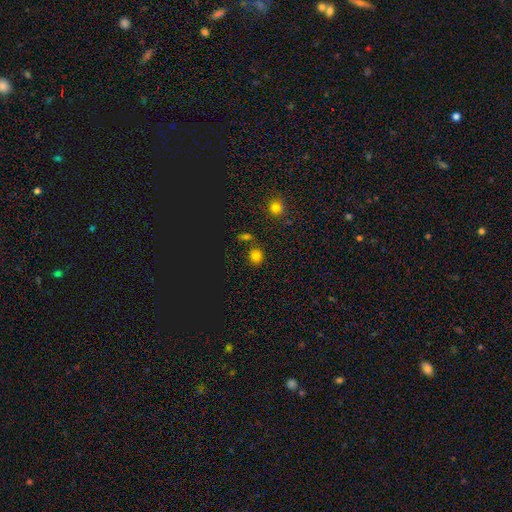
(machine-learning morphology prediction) Smooth or featured?
  - smooth: 72% *
  - star or artifact: 22%
  - featured or disk: 5%
How rounded?
  - round: 80% *
  - in between: 19%
  - cigar-shaped: 1%
Merging?
  - none: 73% *
  - merger: 14%
  - minor disturbance: 9%
  - major disturbance: 4%